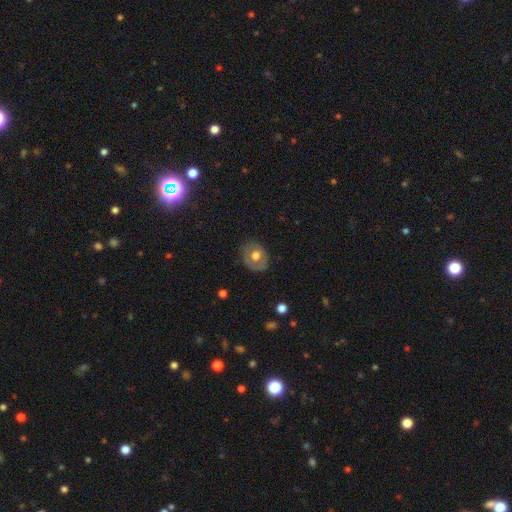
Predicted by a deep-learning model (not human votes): Smooth or featured: smooth — 55% (featured or disk — 38%)
How rounded: round — 53% (in between — 46%)
Merging: none — 78% (minor disturbance — 17%)